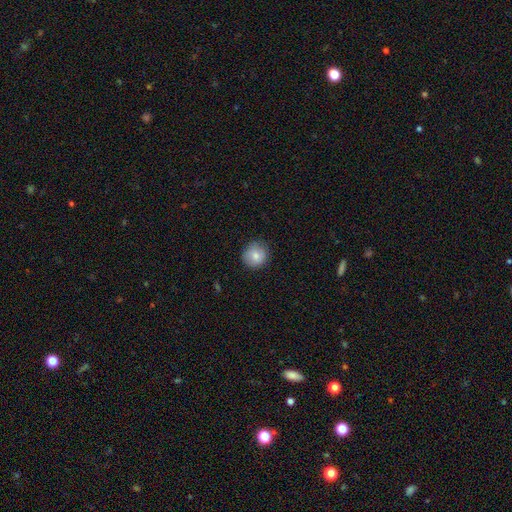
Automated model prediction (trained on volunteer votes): Morphology: type=smooth (80%); roundness=round (91%); merging=none (83%).